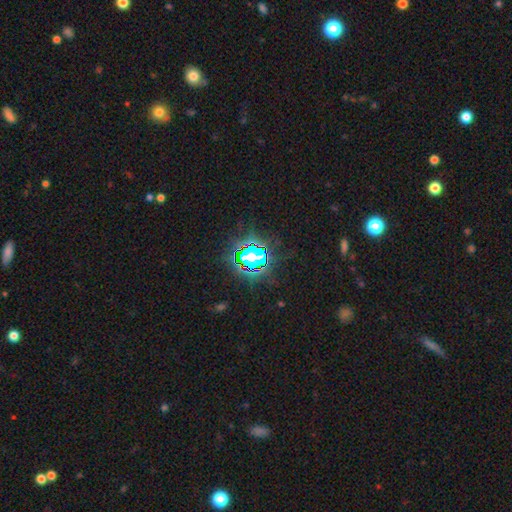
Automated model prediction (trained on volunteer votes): smooth-or-featured: star or artifact: 80% | smooth: 12% | featured or disk: 7%